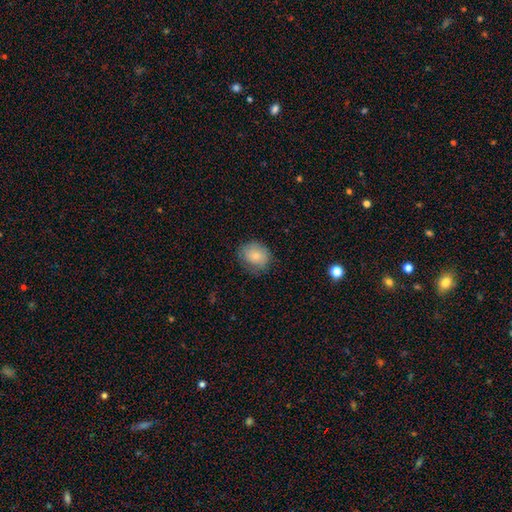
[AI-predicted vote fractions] Smooth or featured?
  - smooth: 79% *
  - featured or disk: 13%
  - star or artifact: 8%
How rounded?
  - round: 68% *
  - in between: 31%
  - cigar-shaped: 1%
Merging?
  - none: 73% *
  - minor disturbance: 20%
  - major disturbance: 6%
  - merger: 1%